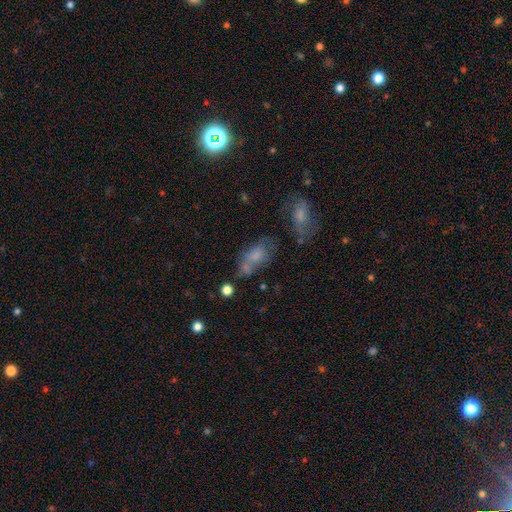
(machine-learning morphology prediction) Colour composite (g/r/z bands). It shows a smooth galaxy with no disk features (66%) that is in between round and cigar-shaped (85%). Merging: none (35%).